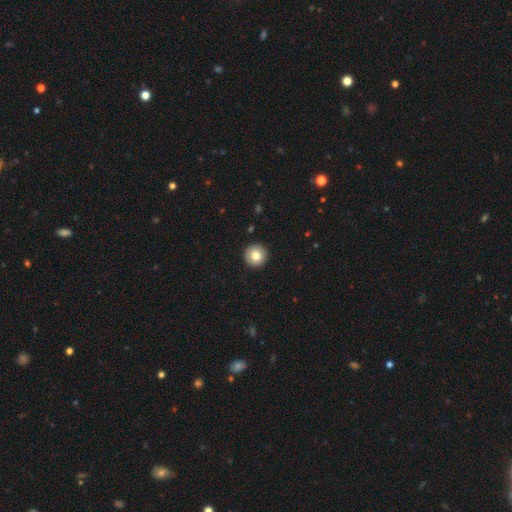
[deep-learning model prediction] smooth-or-featured: smooth: 80% | featured or disk: 11% | star or artifact: 9%
  how-rounded: round: 96% | in between: 3% | cigar-shaped: 1%
  merging: none: 93% | minor disturbance: 4% | major disturbance: 1% | merger: 1%